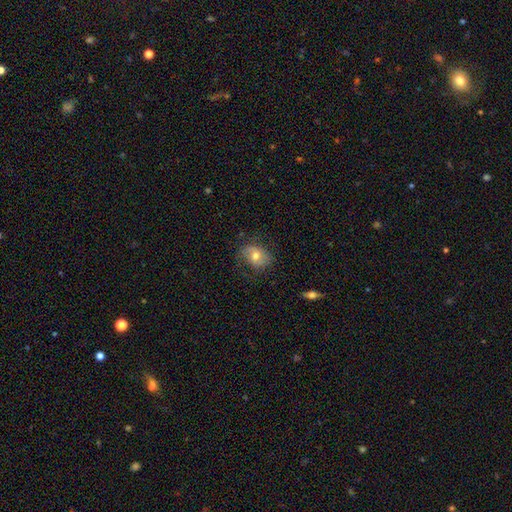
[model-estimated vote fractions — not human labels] Smooth or featured: smooth — 57% (featured or disk — 35%)
How rounded: in between — 61% (round — 38%)
Merging: none — 64% (minor disturbance — 24%)